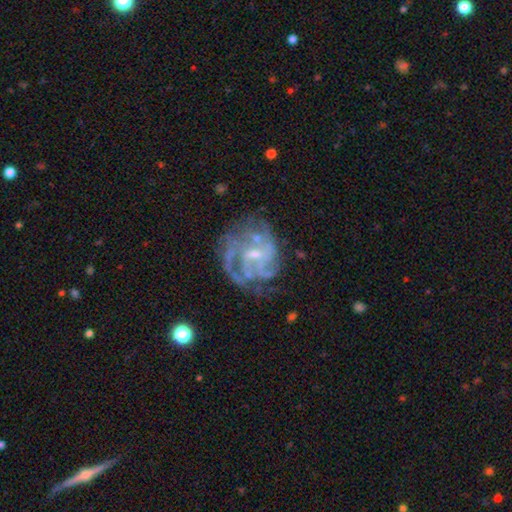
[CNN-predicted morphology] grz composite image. It shows a featured or disk galaxy (82%) with no bar (50%), medium (42%, tied with tight) spiral arms (82%) and a small central bulge (55%). Merging: none (51%).